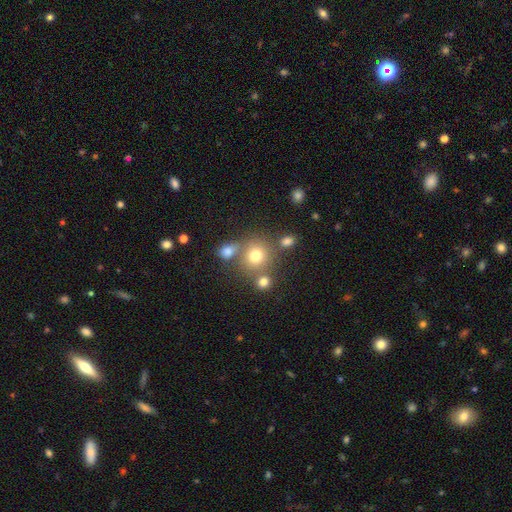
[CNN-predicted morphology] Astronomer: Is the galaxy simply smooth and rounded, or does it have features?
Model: smooth — 74%.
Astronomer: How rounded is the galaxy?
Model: round — 84%.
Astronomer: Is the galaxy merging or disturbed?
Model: none — 60%.